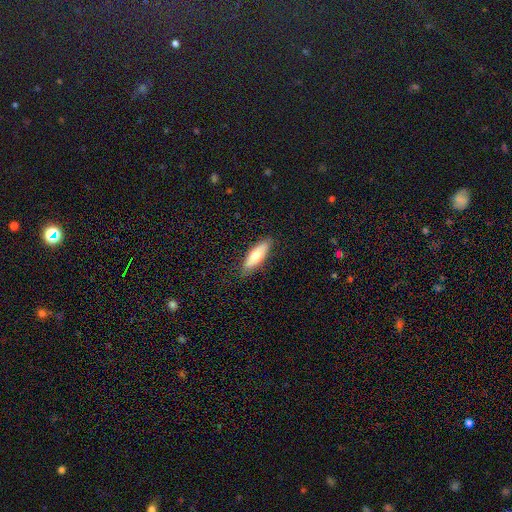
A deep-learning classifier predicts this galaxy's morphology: smooth_or_featured: smooth (p=0.66) [alt: featured or disk p=0.29]
how_rounded: in between (p=0.53) [alt: cigar-shaped p=0.45]
merging: none (p=0.86) [alt: minor disturbance p=0.11]